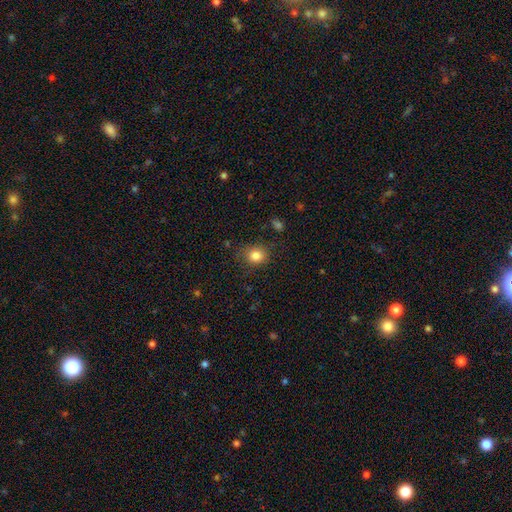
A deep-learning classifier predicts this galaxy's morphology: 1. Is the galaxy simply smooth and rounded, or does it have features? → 83% smooth, 11% star or artifact, 6% featured or disk.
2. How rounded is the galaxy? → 74% round, 25% in between, 1% cigar-shaped.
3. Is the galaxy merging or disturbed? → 80% none, 14% minor disturbance, 4% major disturbance, 2% merger.